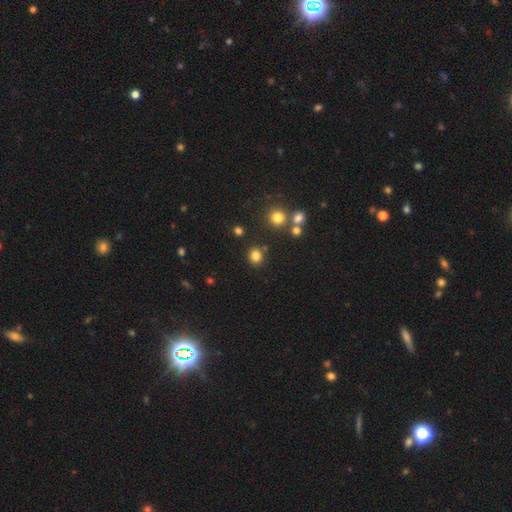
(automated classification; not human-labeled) This is clearly a smooth galaxy (81%). How rounded: clearly round (83%). Merging: clearly none (84%).